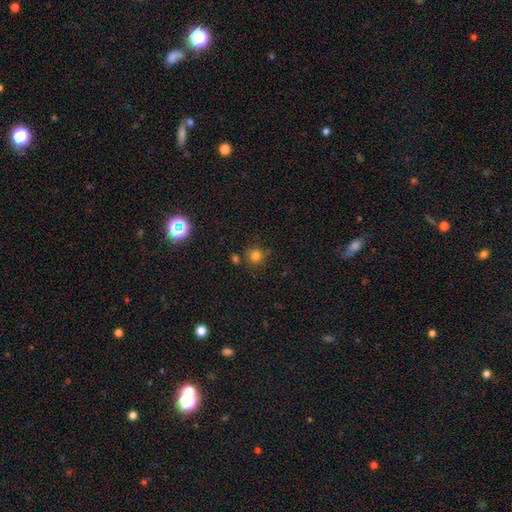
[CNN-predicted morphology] This is likely a smooth galaxy (78%). How rounded: clearly round (91%). Merging: likely none (74%).